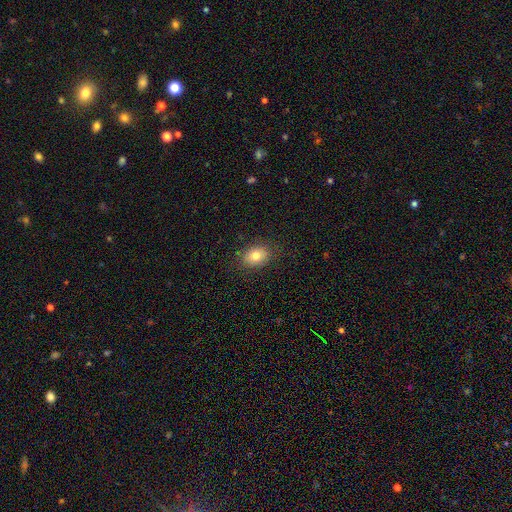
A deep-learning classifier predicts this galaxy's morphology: type=smooth (79%); roundness=in between (65%); merging=none (86%).